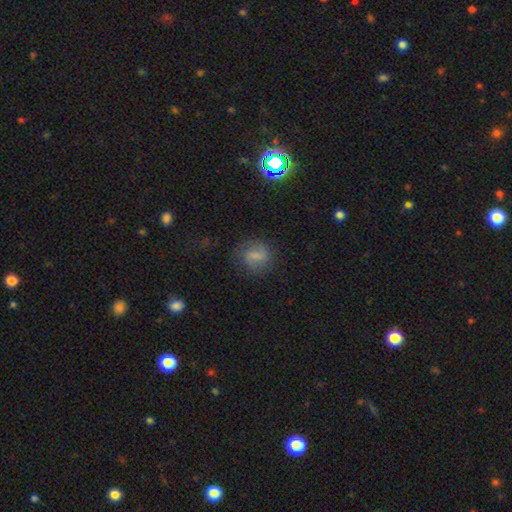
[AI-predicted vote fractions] A smooth galaxy with no disk features (57%) that is round (74%).

Vote fractions:
- Smooth or featured? smooth: 57% / featured or disk: 32% / star or artifact: 11%
- How rounded? round: 74% / in between: 24% / cigar-shaped: 1%
- Merging? none: 70% / minor disturbance: 18% / major disturbance: 10% / merger: 2%